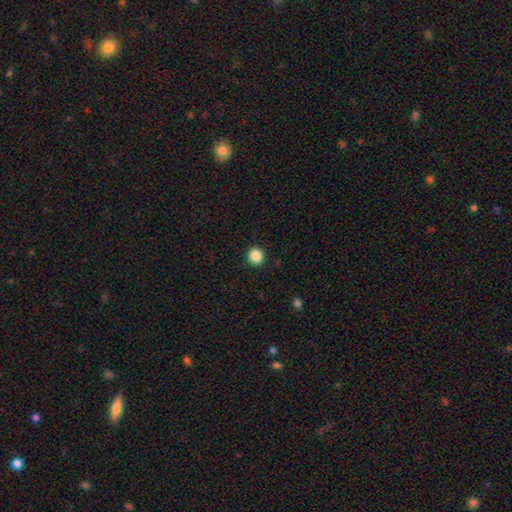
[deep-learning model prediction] smooth-or-featured: smooth: 87% | star or artifact: 10% | featured or disk: 3%
  how-rounded: round: 91% | in between: 8% | cigar-shaped: 1%
  merging: none: 92% | minor disturbance: 5% | major disturbance: 2% | merger: 1%